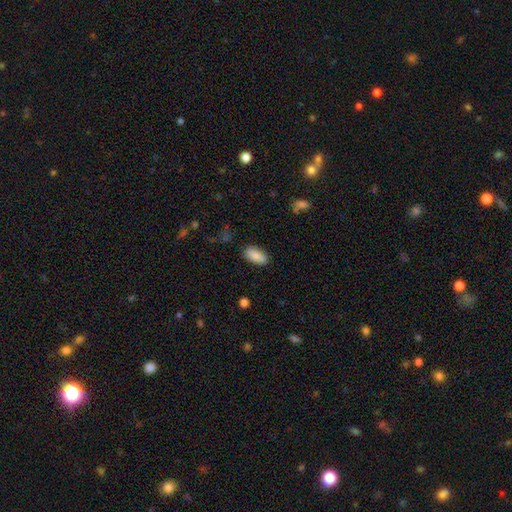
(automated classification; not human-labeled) Morphology: type=smooth (87%); roundness=in between (87%); merging=none (86%).